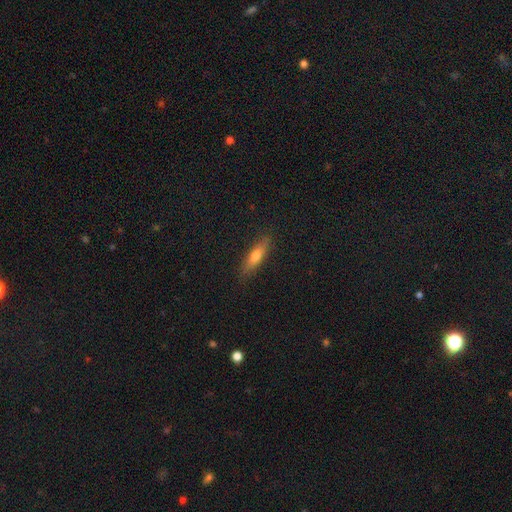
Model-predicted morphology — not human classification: smooth-or-featured: smooth: 61% | featured or disk: 31% | star or artifact: 7%
  how-rounded: cigar-shaped: 71% | in between: 26% | round: 2%
  merging: none: 86% | minor disturbance: 10% | major disturbance: 2% | merger: 1%